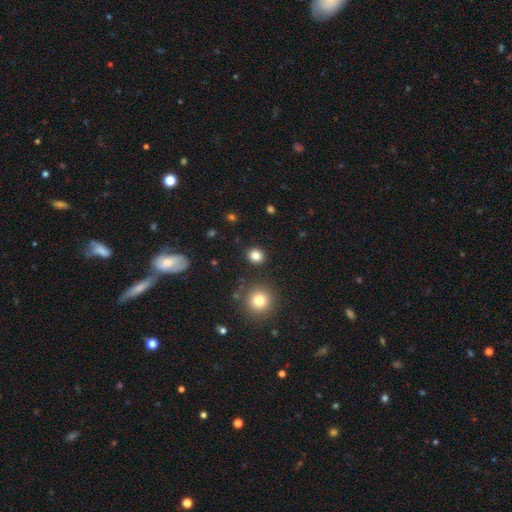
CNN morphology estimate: A smooth galaxy with no disk features (82%) that is round (81%).

Vote fractions:
- Smooth or featured? smooth: 82% / star or artifact: 13% / featured or disk: 5%
- How rounded? round: 81% / in between: 18% / cigar-shaped: 1%
- Merging? none: 89% / minor disturbance: 7% / major disturbance: 3% / merger: 2%